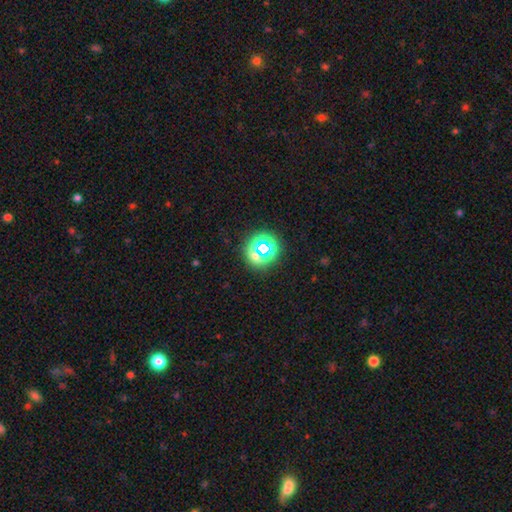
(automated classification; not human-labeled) The model was most divided on "smooth or featured": star or artifact: 61%, smooth: 28%, featured or disk: 10%.